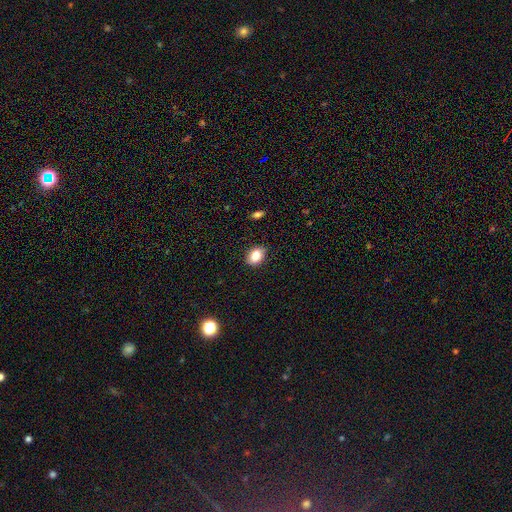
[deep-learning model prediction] Morphology: type=smooth (86%); roundness=in between (81%); merging=none (84%).